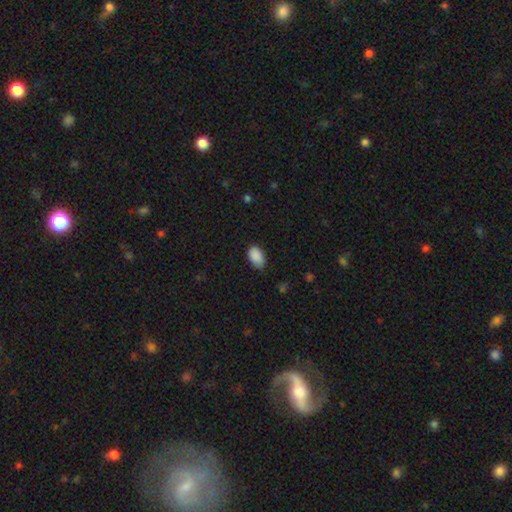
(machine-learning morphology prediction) This is clearly a smooth galaxy (89%). How rounded: clearly in between (91%). Merging: likely none (74%).